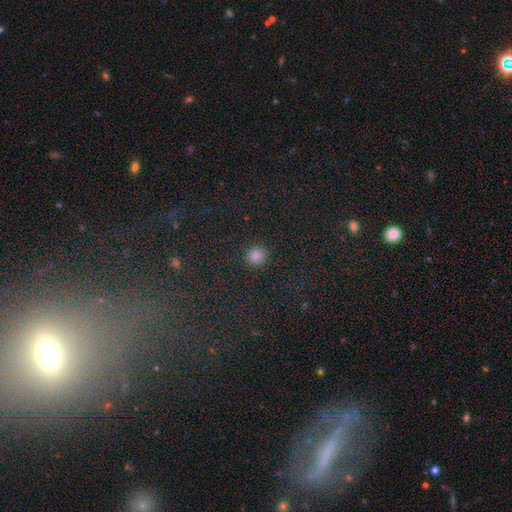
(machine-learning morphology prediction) smooth-or-featured: smooth: 80% | star or artifact: 15% | featured or disk: 4%
  how-rounded: round: 91% | in between: 8% | cigar-shaped: 1%
  merging: none: 91% | minor disturbance: 5% | major disturbance: 2% | merger: 1%